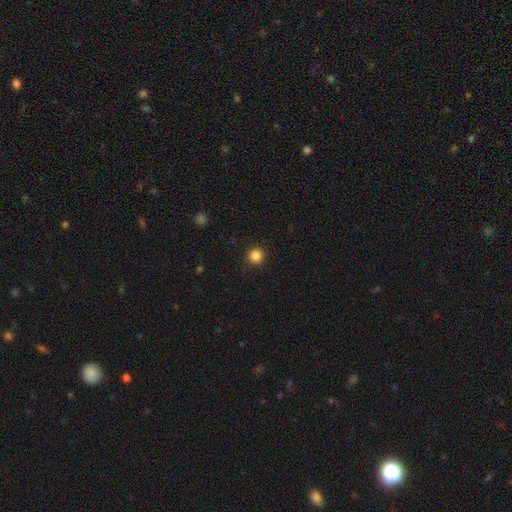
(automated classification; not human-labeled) Morphology: type=smooth (85%); roundness=round (94%); merging=none (91%).